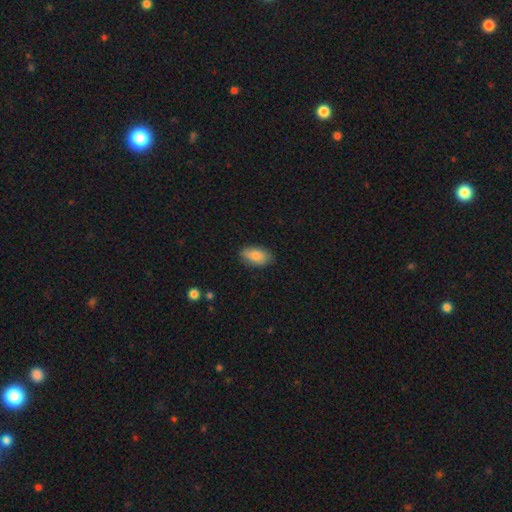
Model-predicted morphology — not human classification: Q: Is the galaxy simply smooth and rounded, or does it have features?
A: smooth — 82%.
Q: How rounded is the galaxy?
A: in between — 92%.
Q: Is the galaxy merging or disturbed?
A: none — 81%.